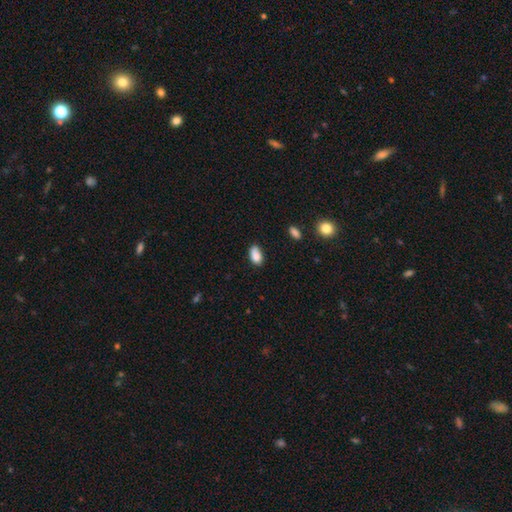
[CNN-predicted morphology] smooth_or_featured: smooth (p=0.85) [alt: star or artifact p=0.08]
how_rounded: in between (p=0.91) [alt: round p=0.06]
merging: none (p=0.67) [alt: minor disturbance p=0.25]